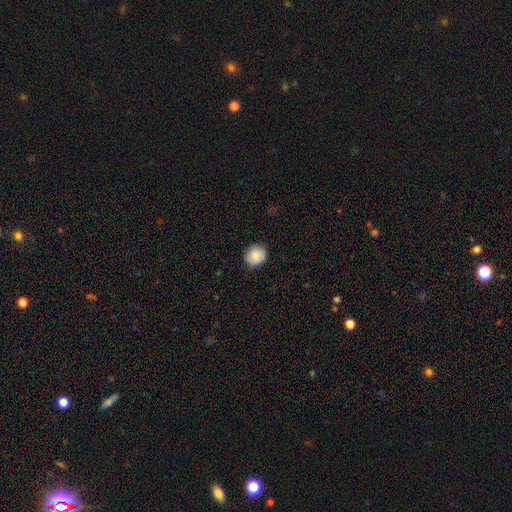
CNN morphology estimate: type=smooth (78%); roundness=round (83%); merging=none (82%).